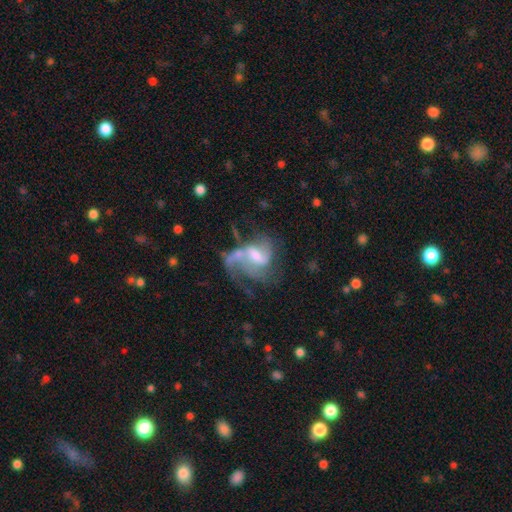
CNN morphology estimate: This appears to be a featured or disk galaxy (76%) with a weak bar (50%), 2 (40%) loose (45%) spiral arms (83%) and a moderate central bulge (47%). Merging: major disturbance (40%).